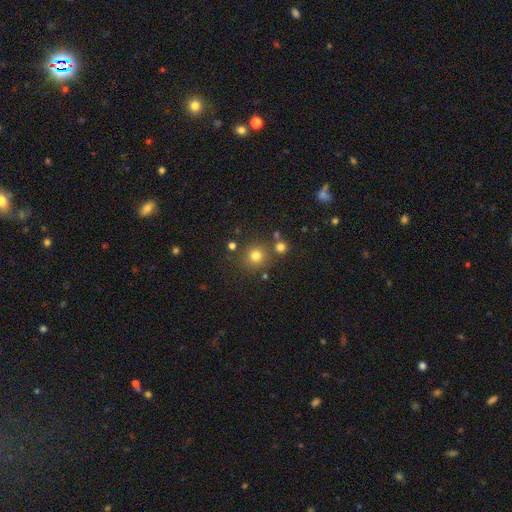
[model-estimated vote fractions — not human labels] smooth_or_featured: smooth (p=0.77) [alt: star or artifact p=0.16]
how_rounded: round (p=0.92) [alt: in between p=0.07]
merging: none (p=0.80) [alt: merger p=0.09]